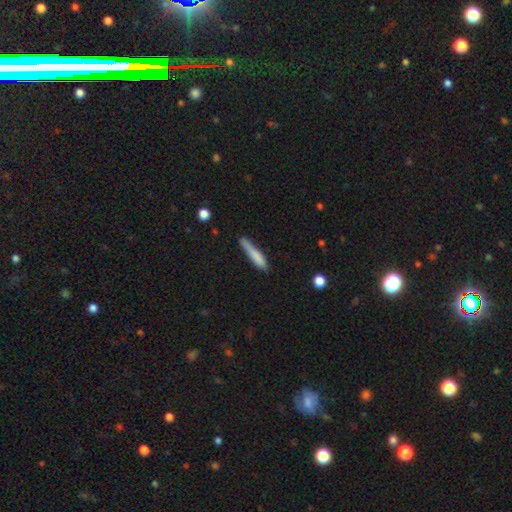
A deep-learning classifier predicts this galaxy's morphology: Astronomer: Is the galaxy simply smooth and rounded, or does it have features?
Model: smooth — 78%.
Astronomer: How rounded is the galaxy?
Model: cigar-shaped — 90%.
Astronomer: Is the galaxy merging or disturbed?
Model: none — 67%.